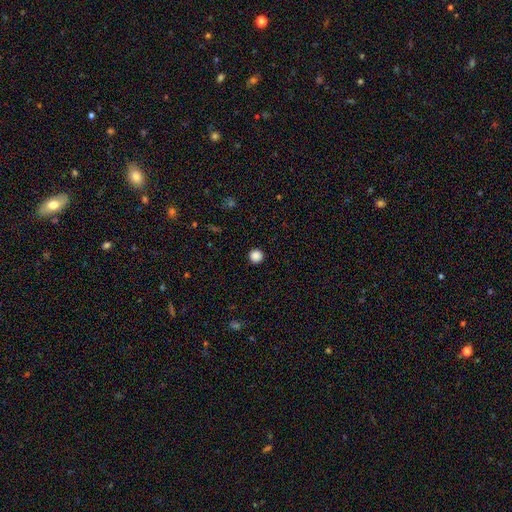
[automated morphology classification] smooth 87%, star or artifact 10%, featured or disk 2%. Down the decision tree: how rounded — round (96%); merging — none (93%).